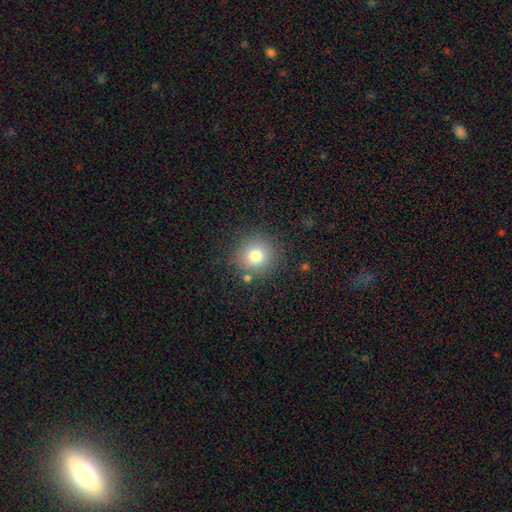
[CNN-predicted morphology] Q: Smooth or featured?
A: smooth (77%); runner-up: star or artifact (13%)
Q: How rounded?
A: round (90%); runner-up: in between (9%)
Q: Merging?
A: none (83%); runner-up: minor disturbance (10%)